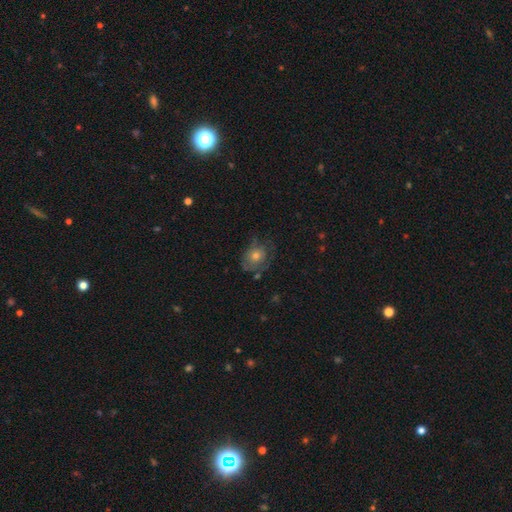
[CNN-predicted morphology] smooth 46%, featured or disk 41%, star or artifact 13%. Down the decision tree: merging — none (60%).